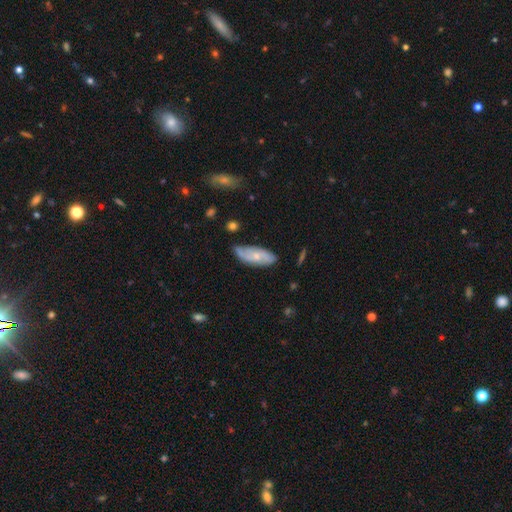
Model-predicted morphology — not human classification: This is possibly a featured or disk galaxy (47%). Merging: likely none (65%).